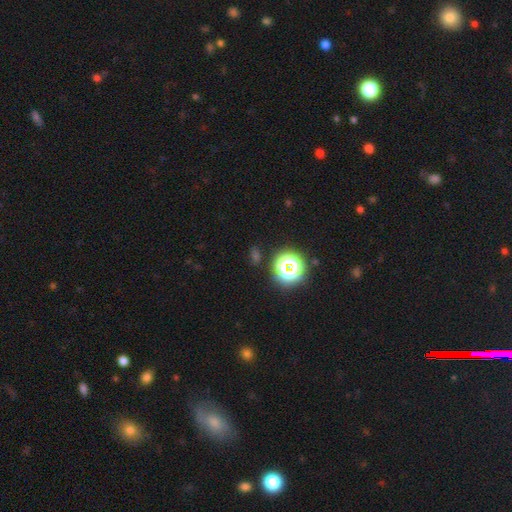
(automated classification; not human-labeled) This appears to be a star or artifact, not a galaxy (62%).